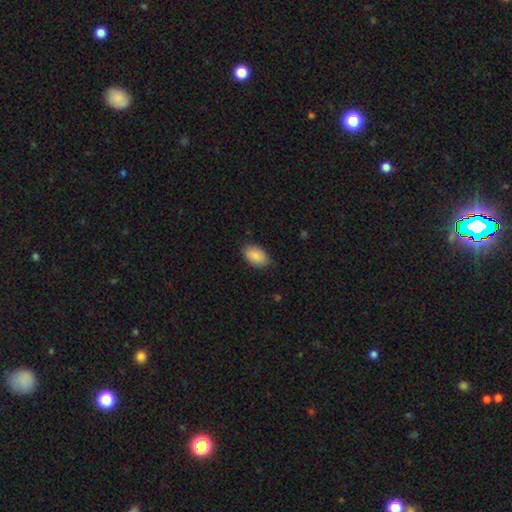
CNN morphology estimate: A smooth galaxy with no disk features (89%) that is in between round and cigar-shaped (92%). Merging: none (81%).